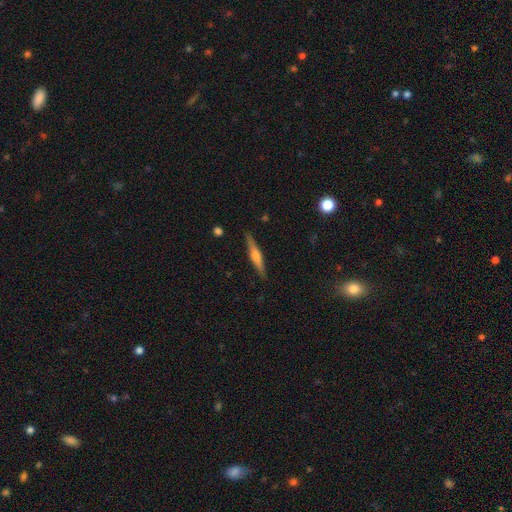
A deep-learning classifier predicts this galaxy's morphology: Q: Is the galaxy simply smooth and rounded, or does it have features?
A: featured or disk — 59%.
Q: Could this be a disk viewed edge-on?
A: yes — 97%.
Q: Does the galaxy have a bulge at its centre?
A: rounded — 82%.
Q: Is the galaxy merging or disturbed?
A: none — 89%.